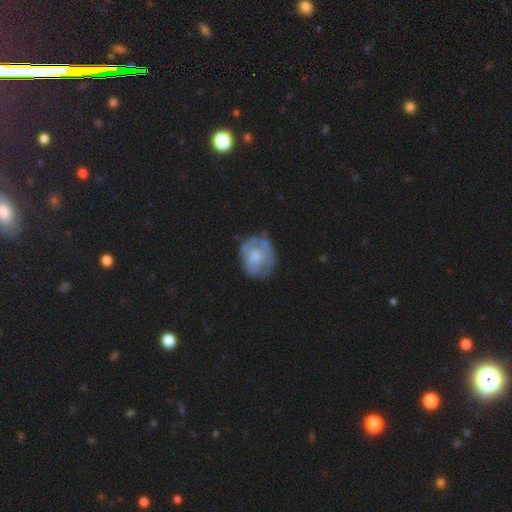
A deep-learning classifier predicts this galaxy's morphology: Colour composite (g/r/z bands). It shows a smooth galaxy with no disk features (55%) that is round (62%). Merging: none (57%).